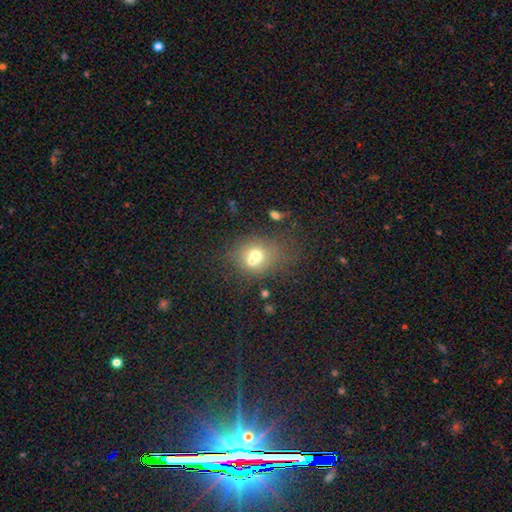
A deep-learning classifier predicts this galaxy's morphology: This is likely a smooth galaxy (62%). How rounded: likely round (63%). Merging: possibly merger (50%).